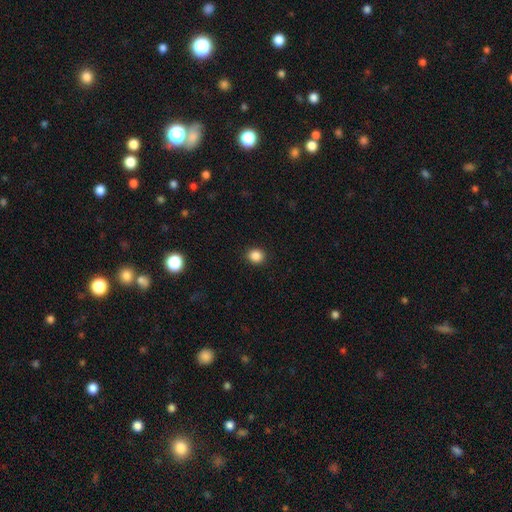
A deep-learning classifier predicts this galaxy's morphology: This is clearly a smooth galaxy (86%). How rounded: clearly round (82%). Merging: clearly none (91%).